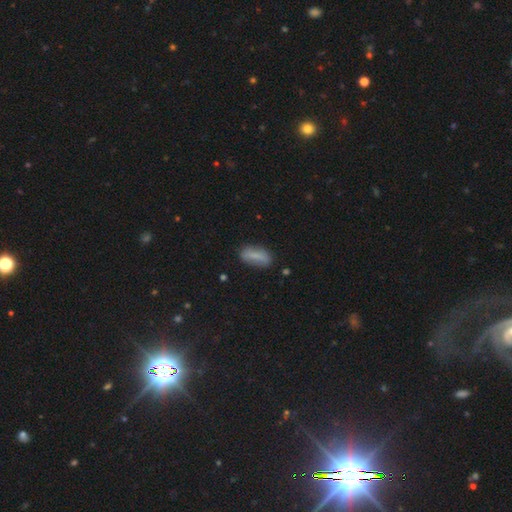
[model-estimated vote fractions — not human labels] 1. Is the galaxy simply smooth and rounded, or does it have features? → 78% smooth, 14% featured or disk, 8% star or artifact.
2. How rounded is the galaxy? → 73% in between, 24% cigar-shaped, 3% round.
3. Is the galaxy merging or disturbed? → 74% none, 18% minor disturbance, 5% major disturbance, 3% merger.